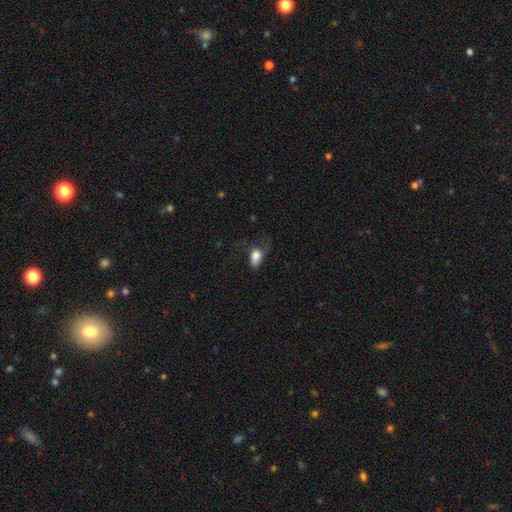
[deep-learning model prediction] A smooth galaxy with no disk features (80%) that is in between round and cigar-shaped (84%). Merging: major disturbance (38%).